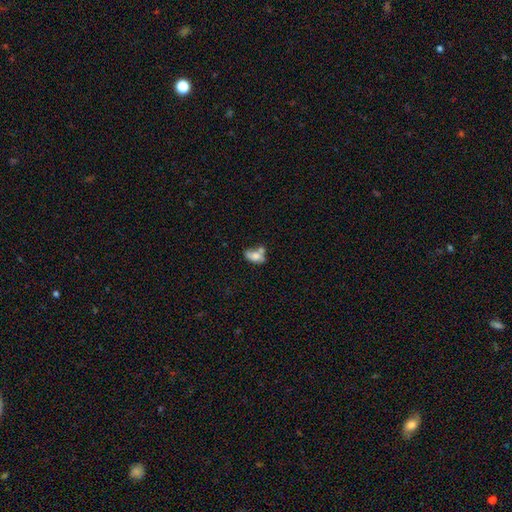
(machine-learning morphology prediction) Smooth or featured: smooth — 65% (featured or disk — 26%)
How rounded: in between — 86% (round — 10%)
Merging: merger — 42% (none — 31%)